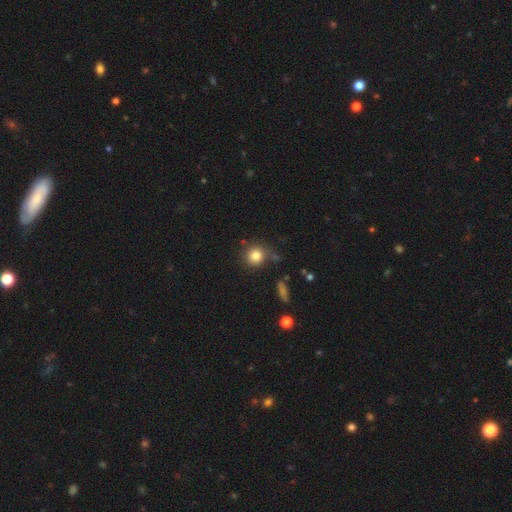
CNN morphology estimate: This appears to be a smooth galaxy with no disk features (82%) that is round (89%). Merging: none (79%).